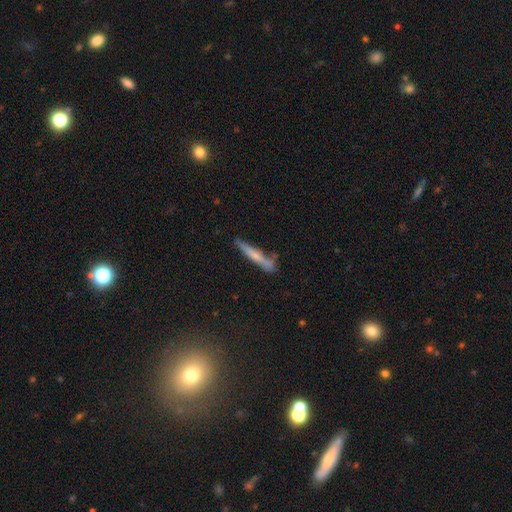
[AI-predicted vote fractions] smooth-or-featured: smooth: 51% | featured or disk: 42% | star or artifact: 8%
  how-rounded: cigar-shaped: 93% | in between: 5% | round: 2%
  merging: none: 71% | minor disturbance: 18% | merger: 7% | major disturbance: 4%